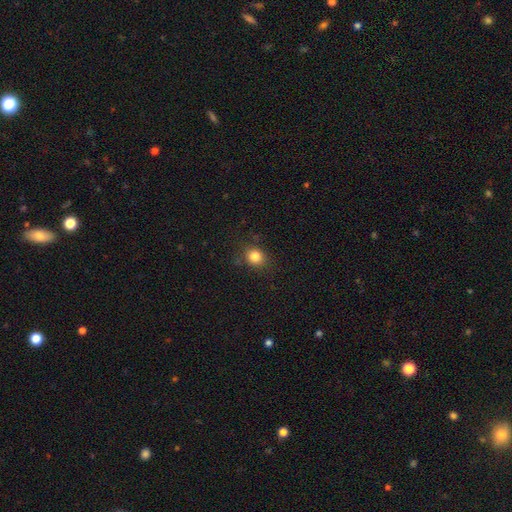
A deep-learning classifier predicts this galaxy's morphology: This appears to be a smooth galaxy with no disk features (82%) that is round (75%). Merging: none (83%).